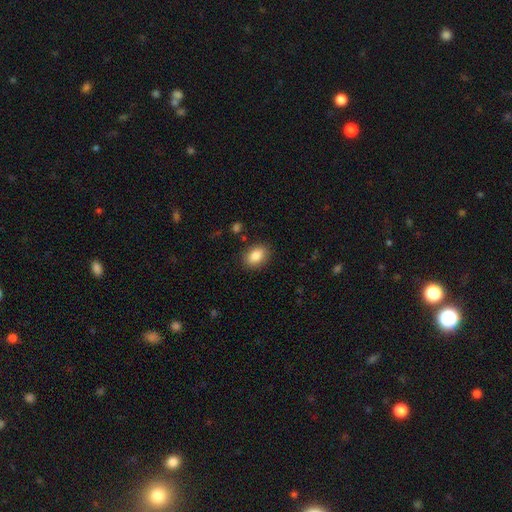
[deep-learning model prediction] Smooth or featured? smooth (85%)
How rounded? in between (80%)
Merging? none (87%)